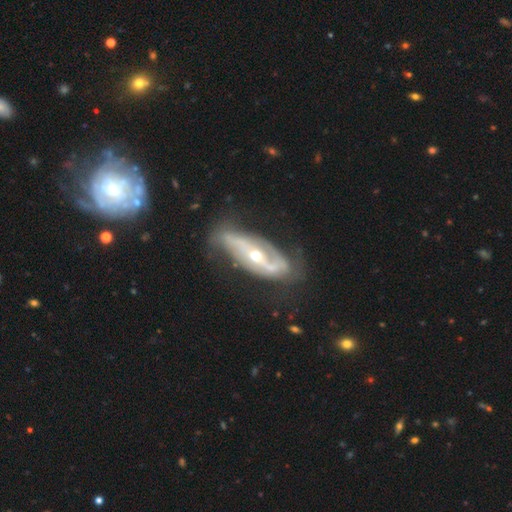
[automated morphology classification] A featured or disk galaxy (83%) with no bar (41%), 2 (74%) medium (37%, tied with loose) spiral arms (80%) and a moderate central bulge (52%). Merging: none (55%).